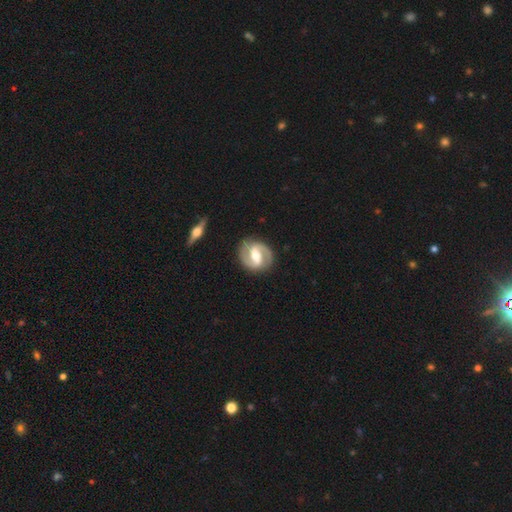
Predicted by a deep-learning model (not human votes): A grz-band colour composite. It shows a featured or disk galaxy (88%) with a strong bar (49%), 2 (93%) medium (52%) spiral arms (96%) and a moderate central bulge (66%). Merging: none (87%).